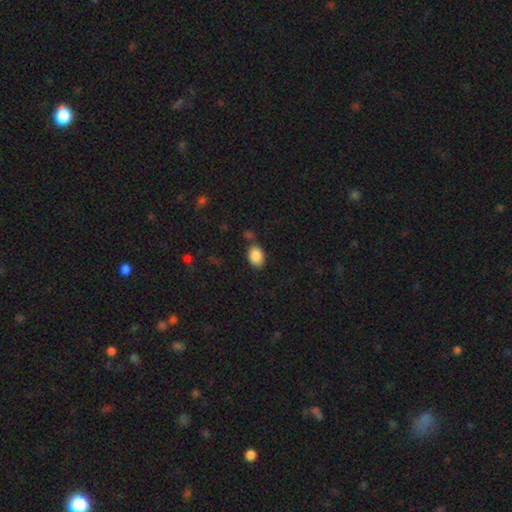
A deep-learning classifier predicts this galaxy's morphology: Overall: smooth (88%). How rounded: in between (81%). Merging: none (70%).